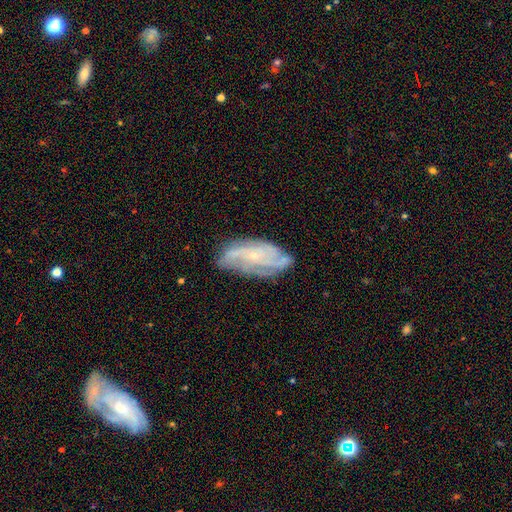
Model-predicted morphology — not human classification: A featured or disk galaxy (75%) with no bar (69%), tight (41%) spiral arms (90%) and a small central bulge (79%). Merging: none (67%).